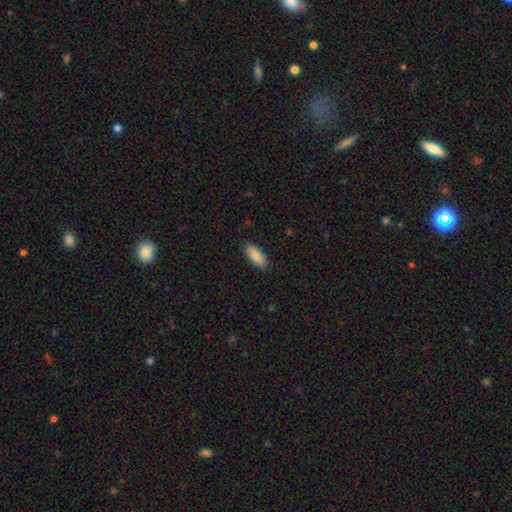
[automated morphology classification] type=smooth (90%); roundness=in between (78%); merging=none (89%).